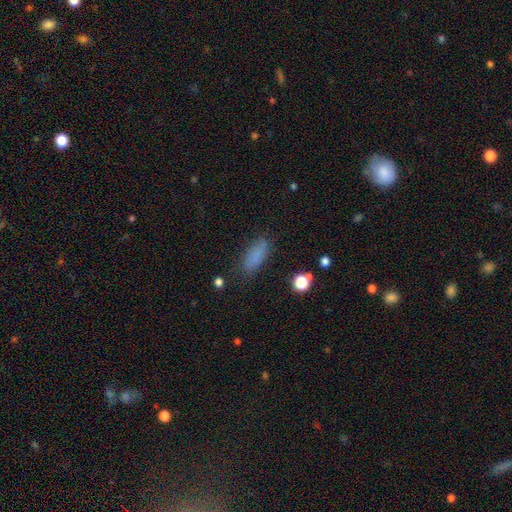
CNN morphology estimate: Q: Smooth or featured?
A: smooth (80%); runner-up: star or artifact (12%)
Q: How rounded?
A: in between (71%); runner-up: cigar-shaped (26%)
Q: Merging?
A: none (79%); runner-up: minor disturbance (15%)